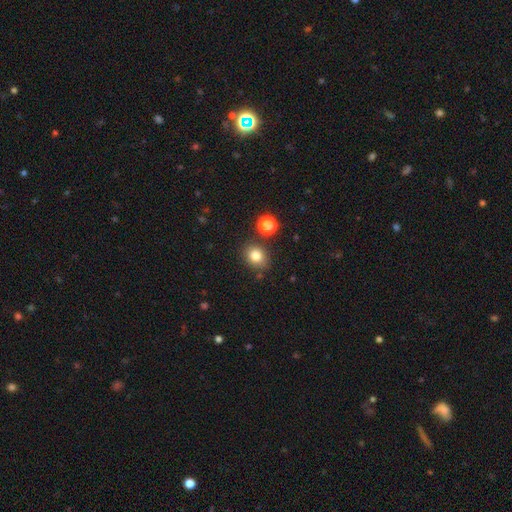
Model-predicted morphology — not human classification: Smooth or featured: smooth — 81% (star or artifact — 12%)
How rounded: round — 68% (in between — 31%)
Merging: none — 79% (minor disturbance — 11%)